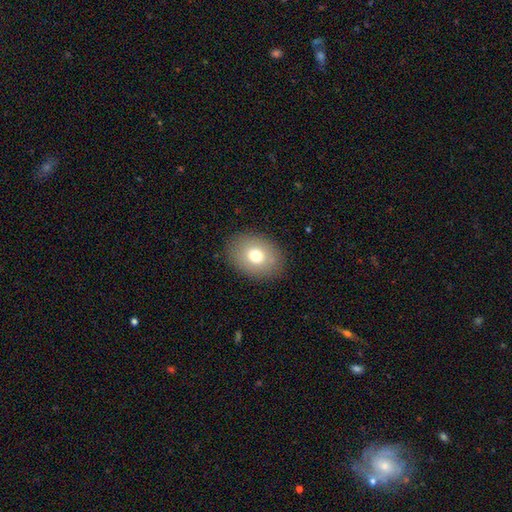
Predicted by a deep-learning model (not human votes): This appears to be a smooth galaxy with no disk features (73%) that is in between round and cigar-shaped (66%). Merging: none (86%).